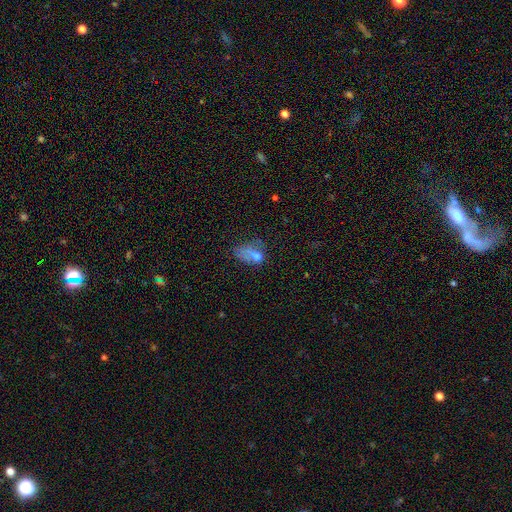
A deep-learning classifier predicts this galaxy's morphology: Overall: smooth (56%; featured or disk 23%). How rounded: in between (76%). Merging: major disturbance (40%; none 26%).